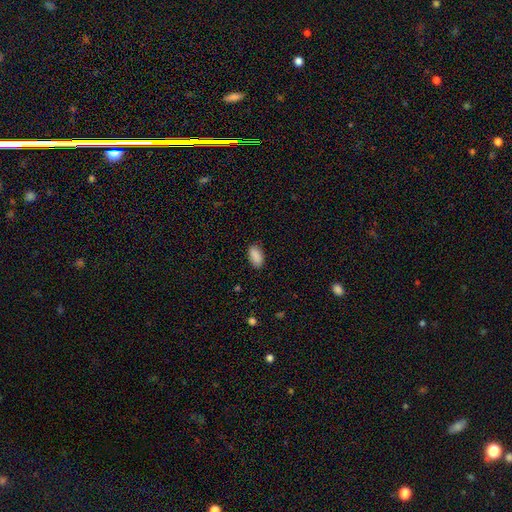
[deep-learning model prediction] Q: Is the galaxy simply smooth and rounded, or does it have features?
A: smooth — 89%.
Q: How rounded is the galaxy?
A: in between — 93%.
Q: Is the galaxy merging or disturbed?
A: none — 84%.